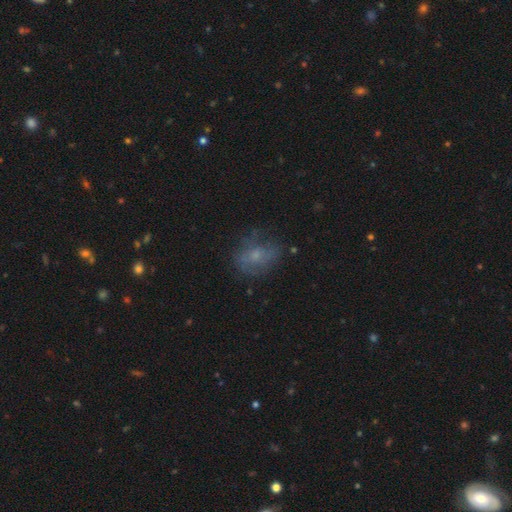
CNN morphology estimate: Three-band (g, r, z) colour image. It shows a smooth galaxy with no disk features (51%) that is in between round and cigar-shaped (57%). Merging: none (59%).